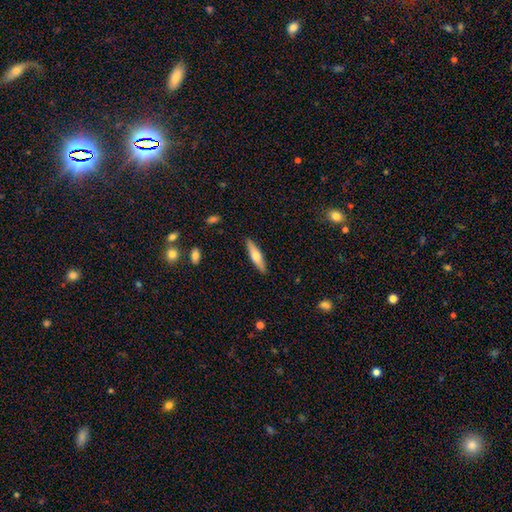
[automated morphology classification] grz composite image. It shows a smooth galaxy with no disk features (55%) that is cigar-shaped (77%). Merging: none (90%).